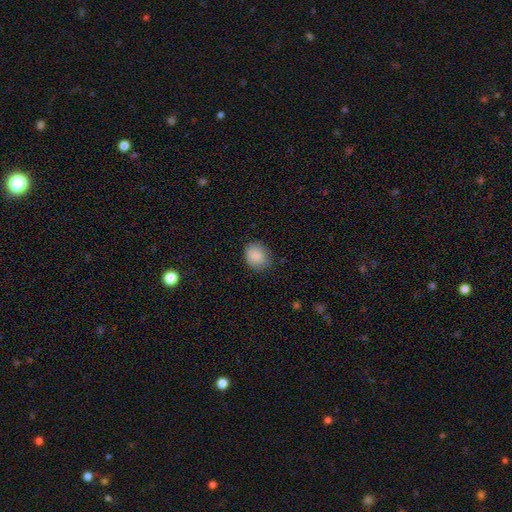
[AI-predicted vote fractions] This is clearly a smooth galaxy (87%). How rounded: possibly round (56%). Merging: likely none (78%).